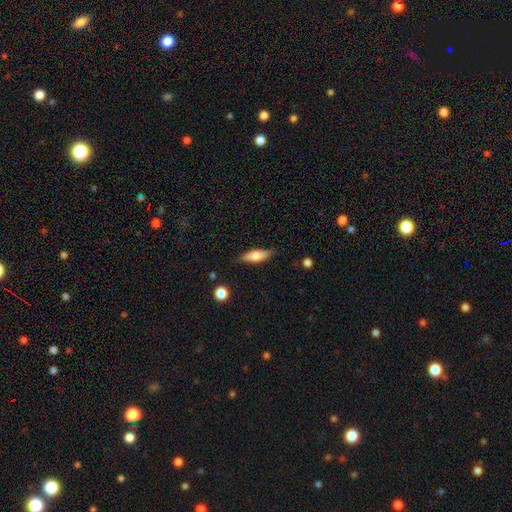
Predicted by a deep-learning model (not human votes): This appears to be a smooth galaxy with no disk features (69%) that is cigar-shaped (49%, tied with in between). Merging: none (82%).